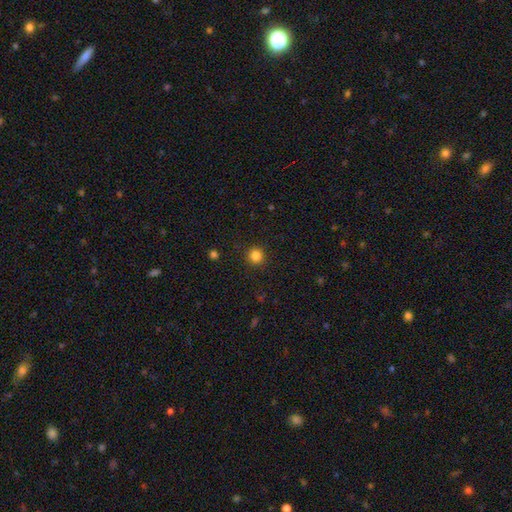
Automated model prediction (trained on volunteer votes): Smooth or featured: smooth — 84% (star or artifact — 12%)
How rounded: round — 93% (in between — 6%)
Merging: none — 91% (minor disturbance — 6%)